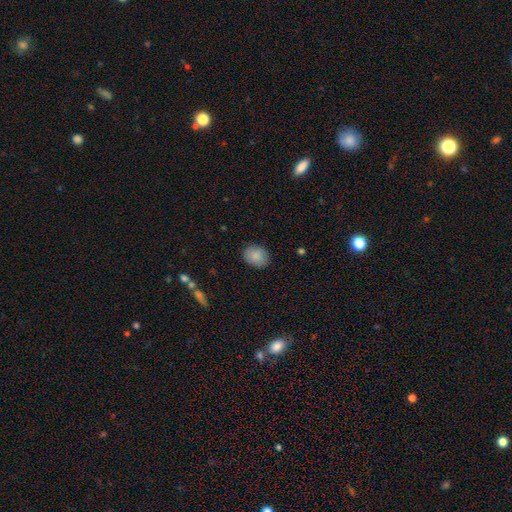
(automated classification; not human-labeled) This appears to be a smooth galaxy with no disk features (88%) that is round (50%). Merging: none (87%).